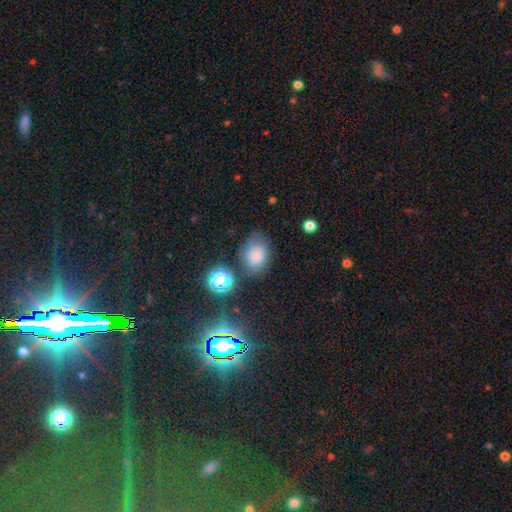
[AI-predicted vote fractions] This is likely a smooth galaxy (71%). How rounded: likely in between (64%). Merging: possibly none (58%).